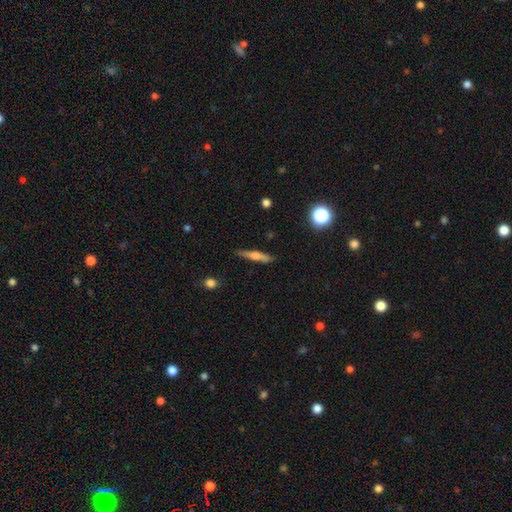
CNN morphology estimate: Smooth or featured?
  - featured or disk: 50% *
  - smooth: 42%
  - star or artifact: 8%
Merging?
  - none: 87% *
  - minor disturbance: 10%
  - major disturbance: 2%
  - merger: 1%